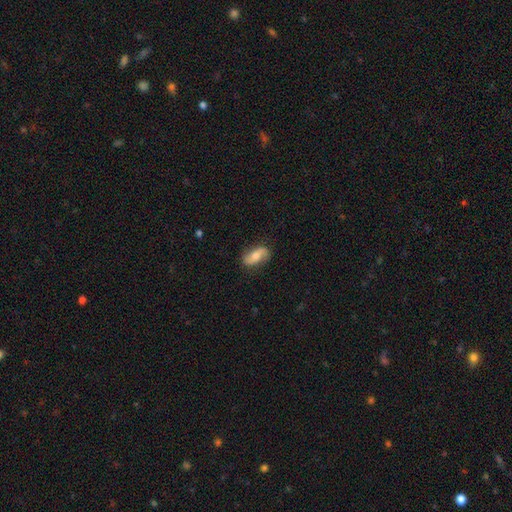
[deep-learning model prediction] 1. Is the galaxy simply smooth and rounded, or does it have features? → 51% featured or disk, 42% smooth, 7% star or artifact.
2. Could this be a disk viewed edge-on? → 91% no, 9% yes.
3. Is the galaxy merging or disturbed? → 81% none, 15% minor disturbance, 4% major disturbance, 1% merger.